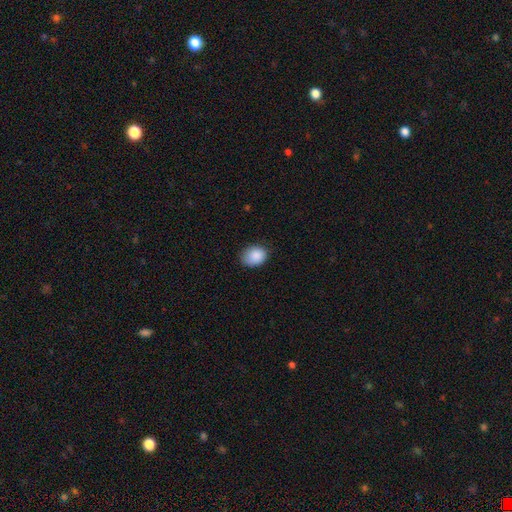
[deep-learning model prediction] Morphology: type=smooth (88%); roundness=in between (62%); merging=none (73%).